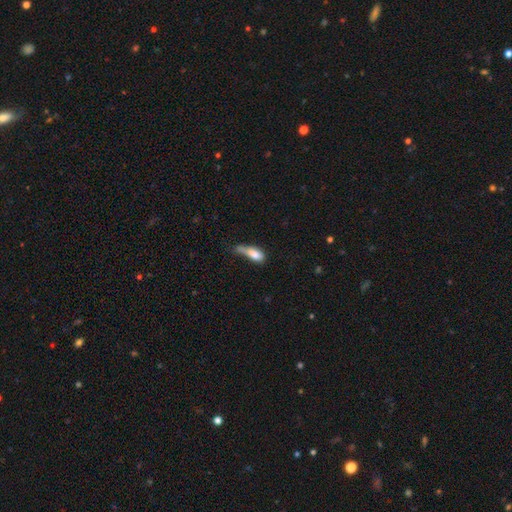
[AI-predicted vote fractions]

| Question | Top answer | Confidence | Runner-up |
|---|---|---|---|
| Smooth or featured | smooth | 74% | featured or disk (18%) |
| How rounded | in between | 69% | cigar-shaped (26%) |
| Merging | minor disturbance | 32% | major disturbance (31%) |